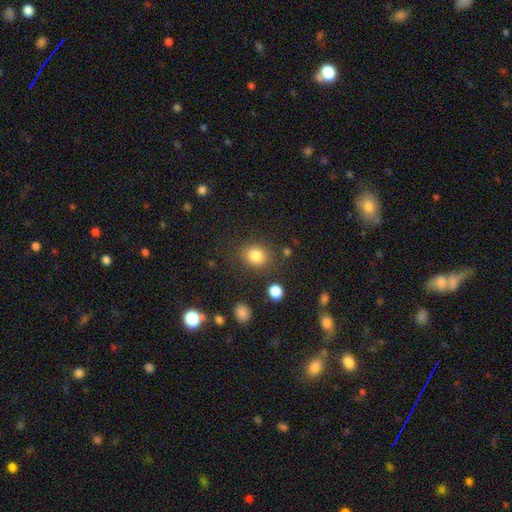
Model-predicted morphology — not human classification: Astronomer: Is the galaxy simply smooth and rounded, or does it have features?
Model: smooth — 84%.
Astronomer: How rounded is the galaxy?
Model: round — 62%.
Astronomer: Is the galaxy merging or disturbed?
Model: none — 81%.